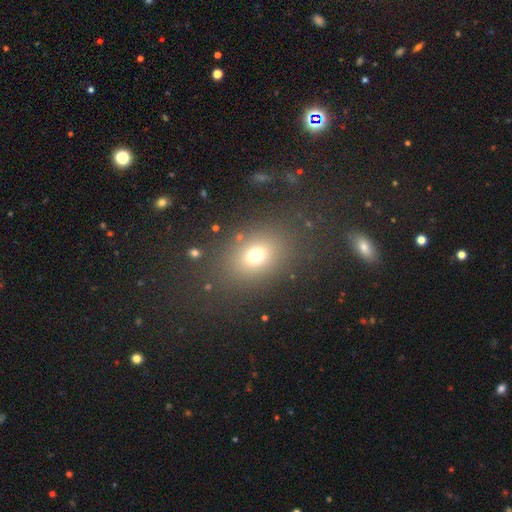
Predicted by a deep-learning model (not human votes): smooth 71%, star or artifact 18%, featured or disk 11%. Down the decision tree: how rounded — in between (56%); merging — none (80%).